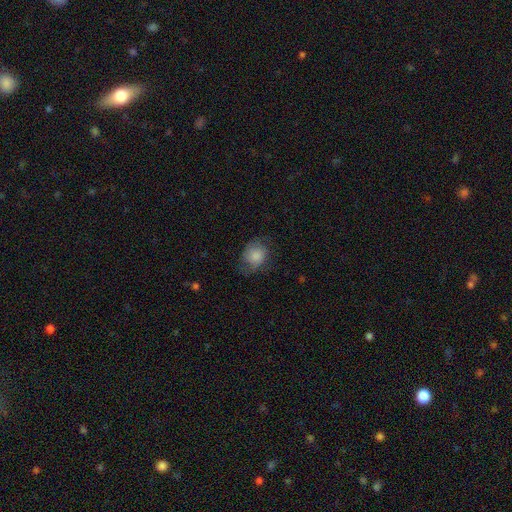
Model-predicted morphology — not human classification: type=smooth (72%); roundness=round (57%); merging=none (59%).